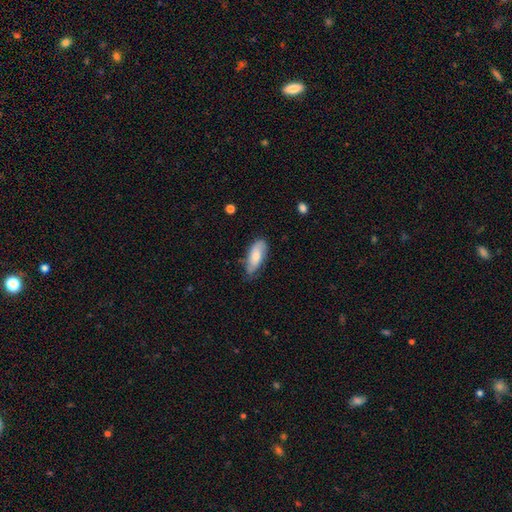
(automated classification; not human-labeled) A smooth galaxy with no disk features (70%) that is in between round and cigar-shaped (80%). Merging: none (64%).